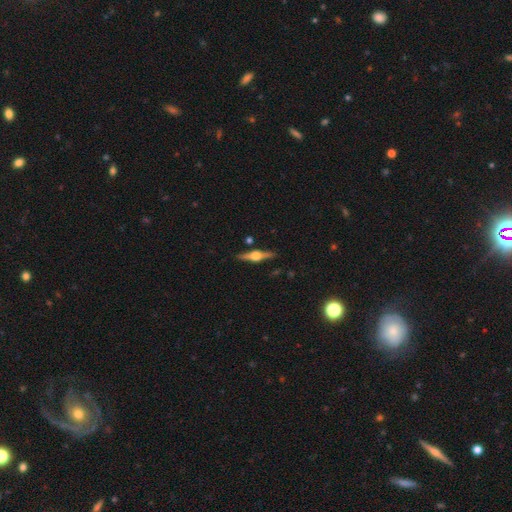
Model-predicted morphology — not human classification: featured or disk 79%, smooth 15%, star or artifact 6%. Down the decision tree: edge-on disk — yes (98%); edge-on bulge — rounded (94%); merging — none (89%).